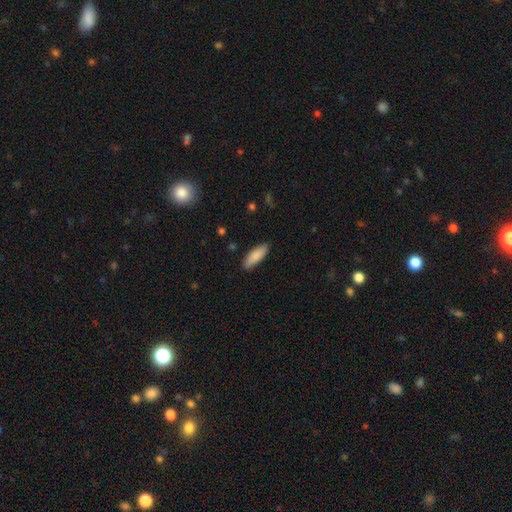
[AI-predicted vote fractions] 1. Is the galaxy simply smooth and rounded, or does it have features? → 87% smooth, 7% featured or disk, 5% star or artifact.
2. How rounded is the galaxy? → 58% in between, 41% cigar-shaped, 2% round.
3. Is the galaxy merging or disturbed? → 87% none, 10% minor disturbance, 2% major disturbance, 1% merger.